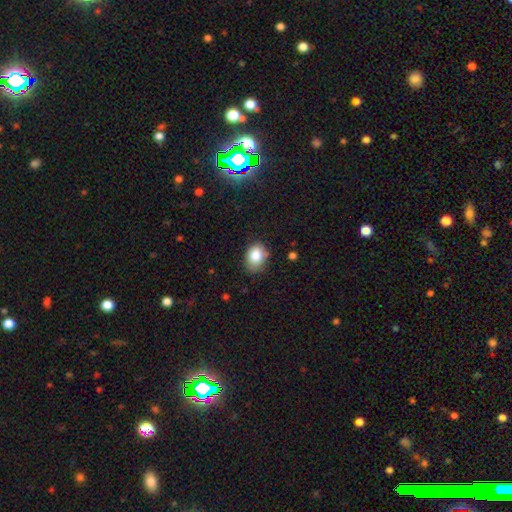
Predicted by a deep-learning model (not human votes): This is clearly a smooth galaxy (83%). How rounded: likely in between (69%). Merging: likely none (72%).